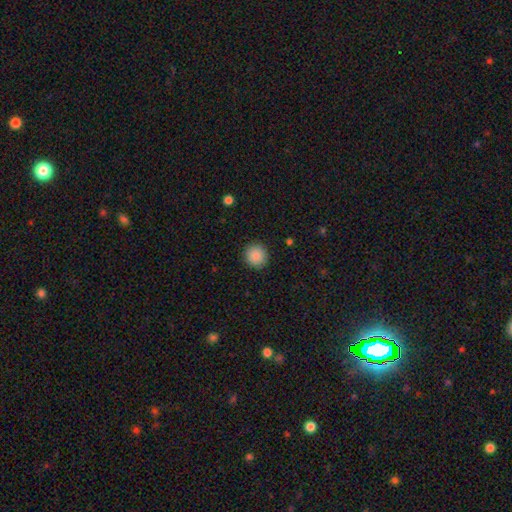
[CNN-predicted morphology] Smooth or featured? smooth (87%)
How rounded? round (93%)
Merging? none (91%)